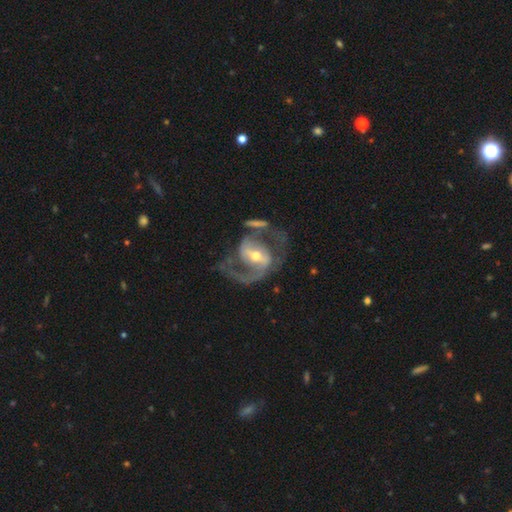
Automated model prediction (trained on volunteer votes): The model was most divided on "bar": strong: 39%, weak: 37%, no: 24%. Remaining: edge-on disk — no (97%); spiral arms — yes (93%); smooth or featured — featured or disk (88%); spiral arm count — 2 (84%); merging — none (57%); spiral winding — medium (55%); bulge size — moderate (49%).